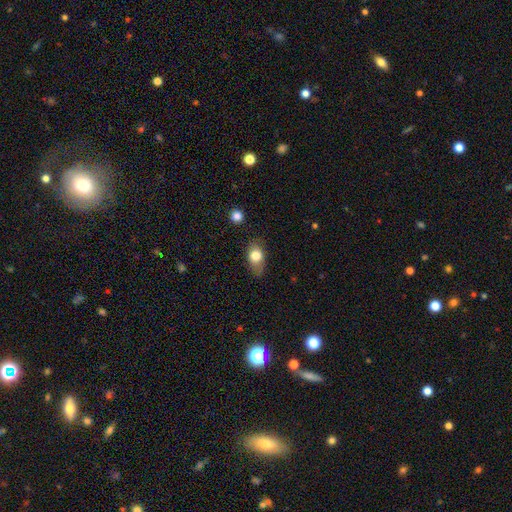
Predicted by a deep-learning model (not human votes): Morphology: type=smooth (77%); roundness=in between (80%); merging=none (68%).